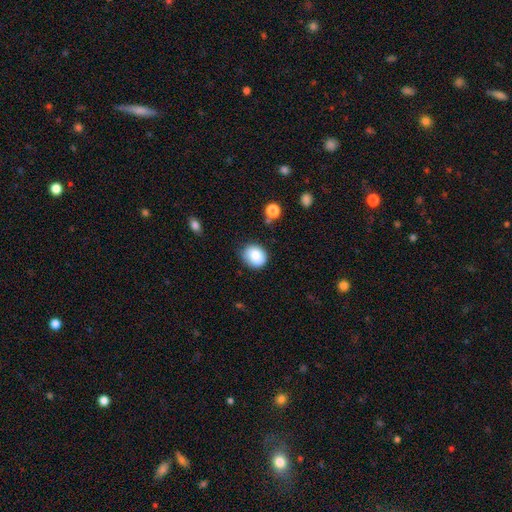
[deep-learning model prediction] smooth_or_featured: smooth (p=0.85) [alt: star or artifact p=0.09]
how_rounded: round (p=0.66) [alt: in between p=0.33]
merging: none (p=0.77) [alt: minor disturbance p=0.17]